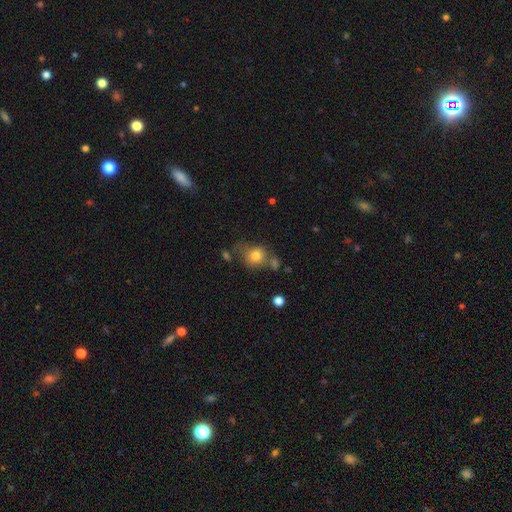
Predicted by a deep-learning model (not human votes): smooth-or-featured: smooth: 77% | featured or disk: 12% | star or artifact: 11%
  how-rounded: round: 70% | in between: 29% | cigar-shaped: 1%
  merging: none: 51% | minor disturbance: 21% | merger: 16% | major disturbance: 11%